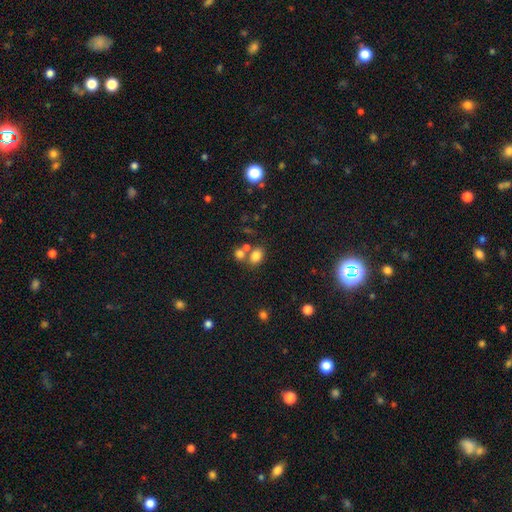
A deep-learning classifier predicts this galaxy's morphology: smooth_or_featured: smooth (p=0.78) [alt: star or artifact p=0.13]
how_rounded: in between (p=0.64) [alt: round p=0.35]
merging: none (p=0.52) [alt: merger p=0.34]